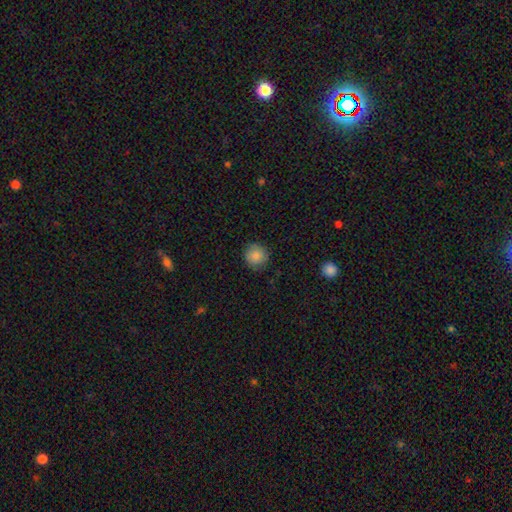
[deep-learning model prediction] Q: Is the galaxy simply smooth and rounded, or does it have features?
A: smooth — 86%.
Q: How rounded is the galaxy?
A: round — 92%.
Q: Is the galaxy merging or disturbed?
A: none — 87%.